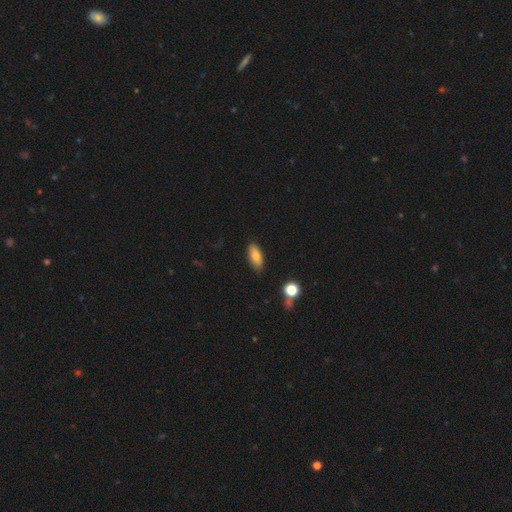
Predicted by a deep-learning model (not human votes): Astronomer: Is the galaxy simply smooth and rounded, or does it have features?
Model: smooth — 79%.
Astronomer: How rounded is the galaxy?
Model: in between — 82%.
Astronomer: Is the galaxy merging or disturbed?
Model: none — 85%.